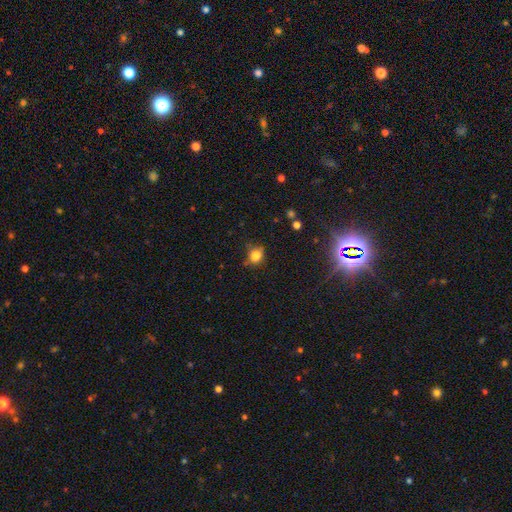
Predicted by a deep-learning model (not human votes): smooth_or_featured: smooth (p=0.81) [alt: star or artifact p=0.12]
how_rounded: round (p=0.67) [alt: in between p=0.32]
merging: none (p=0.64) [alt: minor disturbance p=0.25]